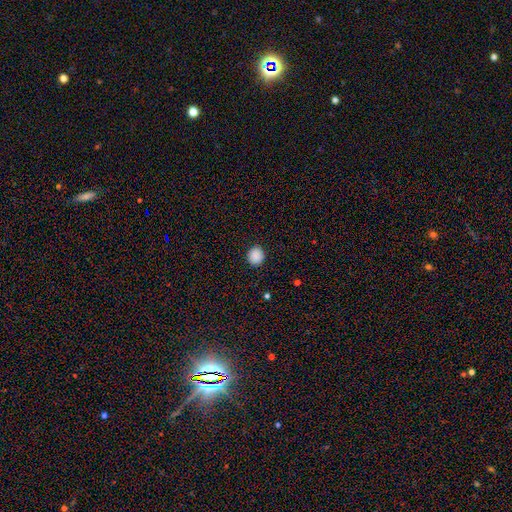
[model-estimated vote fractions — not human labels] Smooth or featured? smooth (89%)
How rounded? round (77%)
Merging? none (91%)